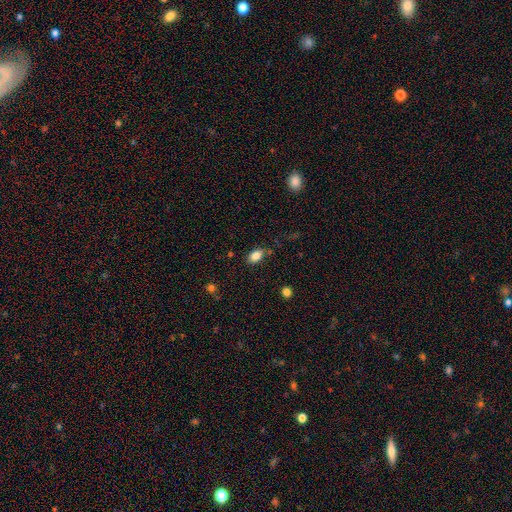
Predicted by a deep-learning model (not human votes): The model was most divided on "merging": none: 76%, minor disturbance: 17%, major disturbance: 4%, merger: 3%. More confident: how rounded — in between (87%); smooth or featured — smooth (85%).